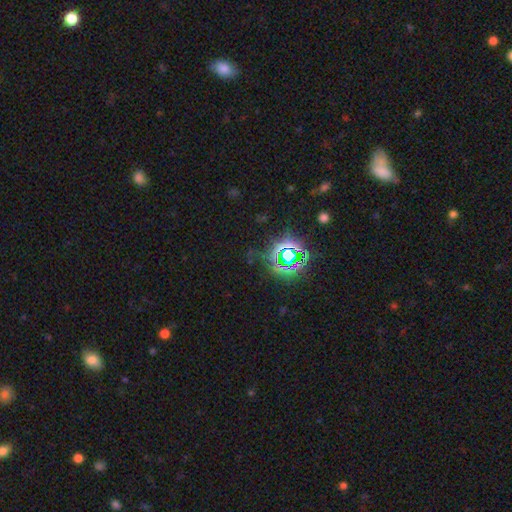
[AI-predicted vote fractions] smooth-or-featured: star or artifact: 77% | smooth: 15% | featured or disk: 8%